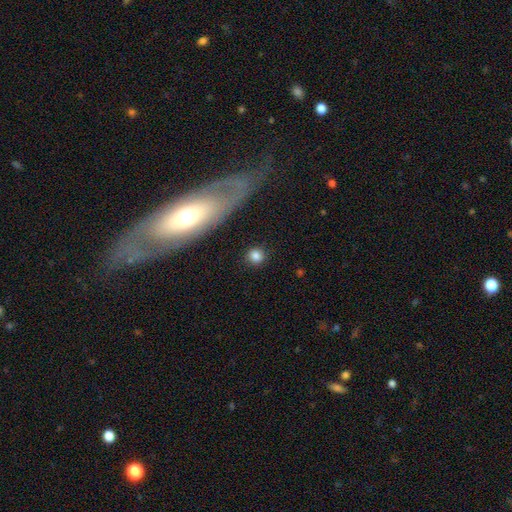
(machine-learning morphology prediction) Q: Smooth or featured?
A: smooth (82%); runner-up: star or artifact (11%)
Q: How rounded?
A: round (90%); runner-up: in between (8%)
Q: Merging?
A: none (88%); runner-up: minor disturbance (7%)